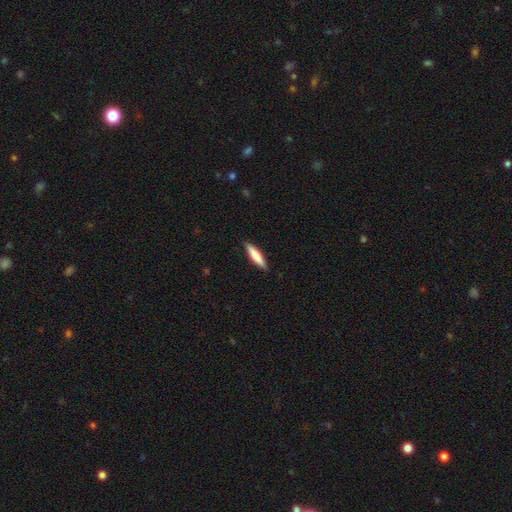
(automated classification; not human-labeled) A smooth galaxy with no disk features (78%) that is cigar-shaped (79%).

Vote fractions:
- Smooth or featured? smooth: 78% / featured or disk: 16% / star or artifact: 5%
- How rounded? cigar-shaped: 79% / in between: 19% / round: 1%
- Merging? none: 88% / minor disturbance: 9% / major disturbance: 2% / merger: 1%